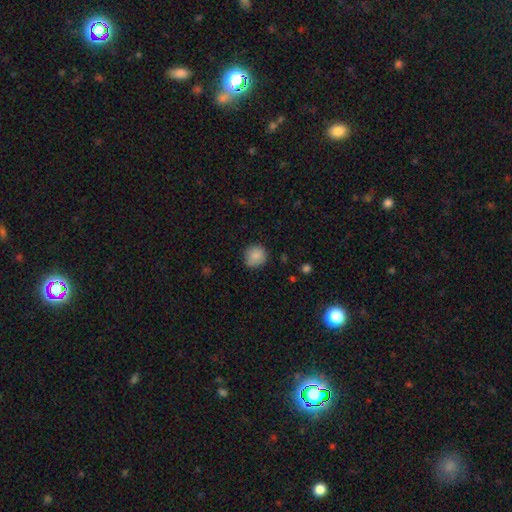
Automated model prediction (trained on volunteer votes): smooth 86%, star or artifact 9%, featured or disk 5%. Down the decision tree: how rounded — round (89%); merging — none (81%).